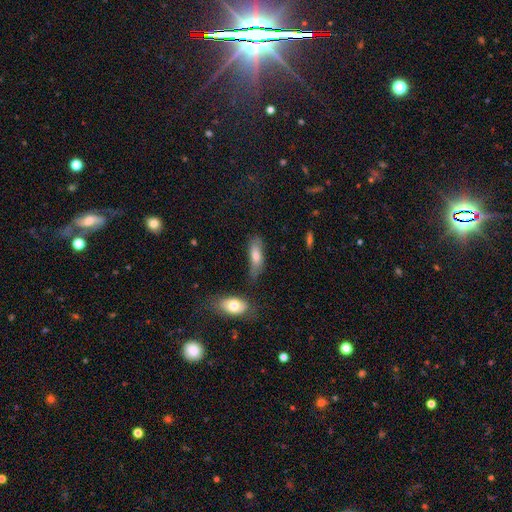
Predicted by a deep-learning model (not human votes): Smooth or featured: smooth — 69% (featured or disk — 23%)
How rounded: in between — 54% (cigar-shaped — 43%)
Merging: none — 61% (minor disturbance — 23%)